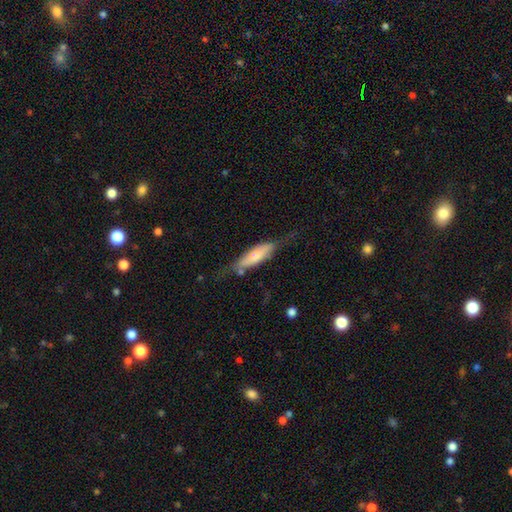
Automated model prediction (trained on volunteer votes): Smooth or featured? smooth (54%)
How rounded? cigar-shaped (59%)
Merging? none (56%)